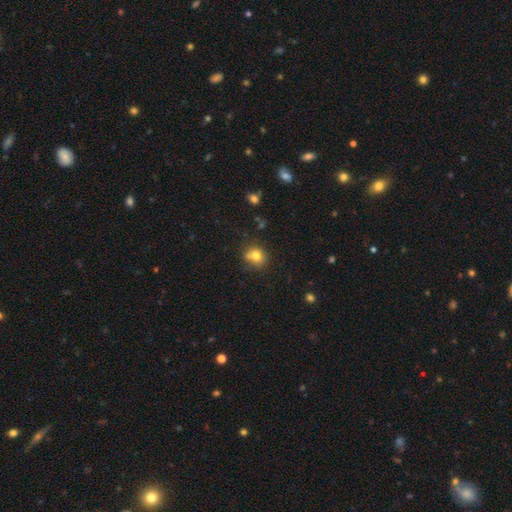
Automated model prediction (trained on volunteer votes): This is likely a smooth galaxy (77%). How rounded: likely round (79%). Merging: likely none (62%).